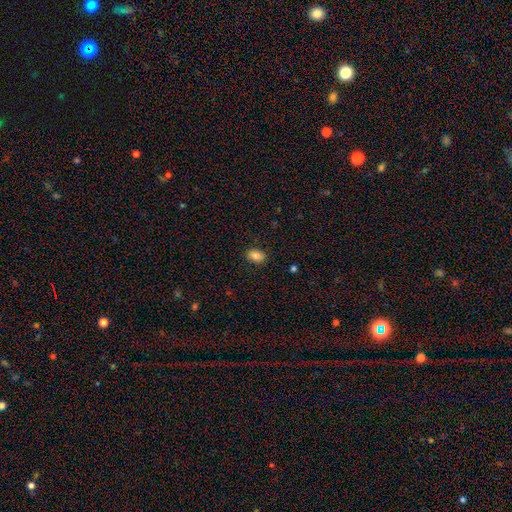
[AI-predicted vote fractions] Overall: smooth (83%). How rounded: in between (84%). Merging: none (86%).